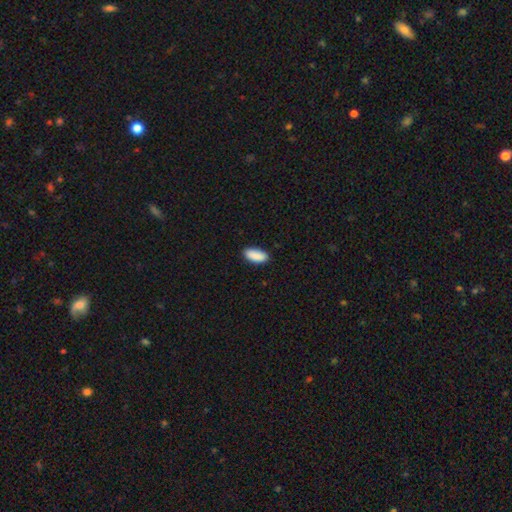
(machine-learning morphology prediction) smooth 91%, star or artifact 6%, featured or disk 3%. Down the decision tree: how rounded — in between (88%); merging — none (87%).